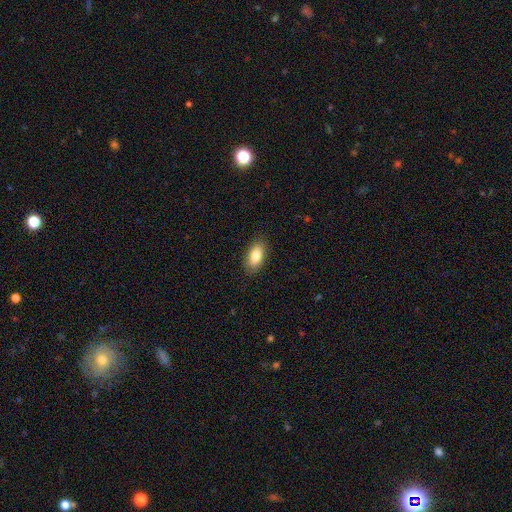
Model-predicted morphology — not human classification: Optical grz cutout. It shows a smooth galaxy with no disk features (82%) that is in between round and cigar-shaped (90%). Merging: none (87%).